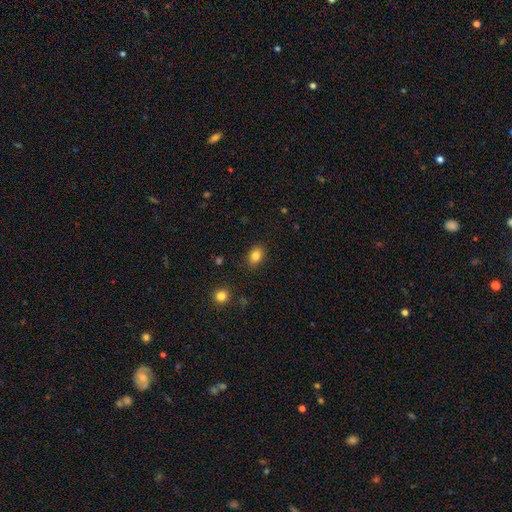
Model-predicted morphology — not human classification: smooth_or_featured: smooth (p=0.83) [alt: star or artifact p=0.11]
how_rounded: in between (p=0.67) [alt: round p=0.32]
merging: none (p=0.86) [alt: minor disturbance p=0.10]